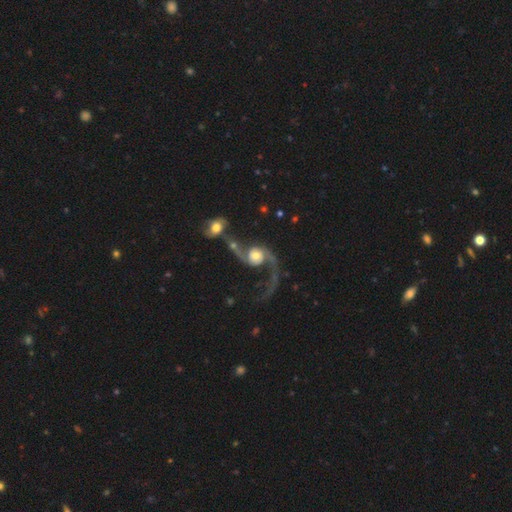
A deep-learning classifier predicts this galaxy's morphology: type=featured or disk (84%); edge-on=no (97%); bar=no (69%); spiral arms=yes (94%); winding=loose (79%); arm count=2 (78%); bulge=moderate (52%); merging=merger (44%).